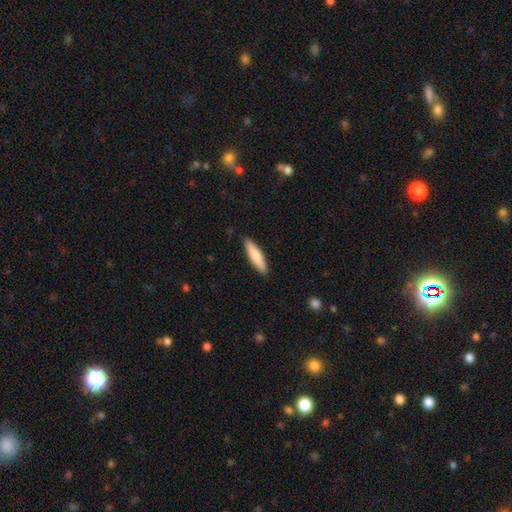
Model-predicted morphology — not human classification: This is likely a smooth galaxy (76%). How rounded: likely cigar-shaped (76%). Merging: clearly none (89%).